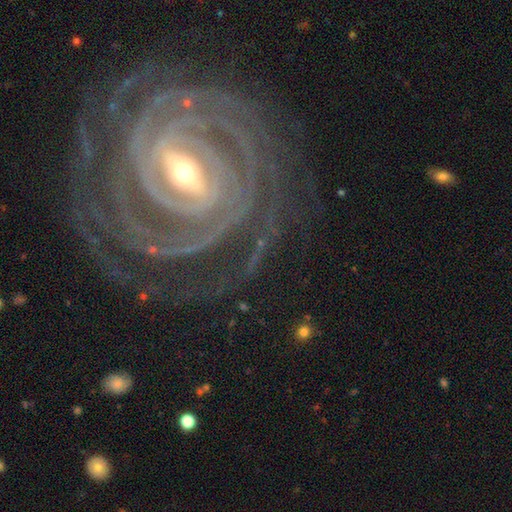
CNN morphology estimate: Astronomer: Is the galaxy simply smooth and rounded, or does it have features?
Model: featured or disk — 93%.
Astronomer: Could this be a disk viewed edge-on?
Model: no — 96%.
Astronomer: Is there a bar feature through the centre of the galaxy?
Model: strong — 67%.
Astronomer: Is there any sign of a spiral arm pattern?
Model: yes — 98%.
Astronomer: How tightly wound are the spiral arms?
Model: tight — 85%.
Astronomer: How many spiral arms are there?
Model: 4 — 25% (runner-up: 3, 18%).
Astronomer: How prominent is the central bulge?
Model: small — 51% (runner-up: moderate, 45%).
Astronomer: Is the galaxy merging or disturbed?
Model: none — 78%.